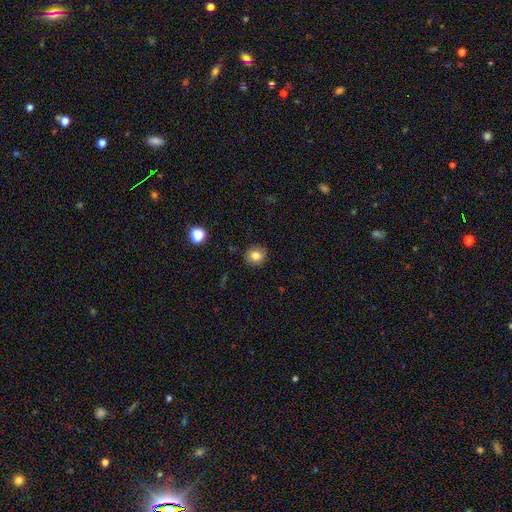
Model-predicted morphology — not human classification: Smooth or featured?
  - smooth: 80% *
  - star or artifact: 11%
  - featured or disk: 8%
How rounded?
  - round: 85% *
  - in between: 14%
  - cigar-shaped: 1%
Merging?
  - none: 89% *
  - minor disturbance: 8%
  - major disturbance: 2%
  - merger: 1%